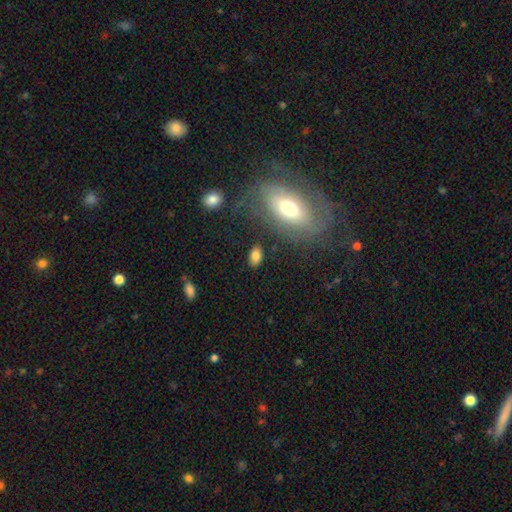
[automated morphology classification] A smooth galaxy with no disk features (81%) that is in between round and cigar-shaped (87%).

Vote fractions:
- Smooth or featured? smooth: 81% / star or artifact: 10% / featured or disk: 9%
- How rounded? in between: 87% / round: 10% / cigar-shaped: 3%
- Merging? none: 82% / minor disturbance: 11% / major disturbance: 4% / merger: 3%